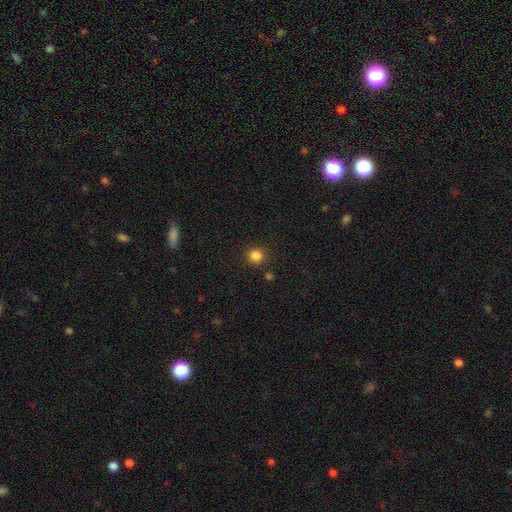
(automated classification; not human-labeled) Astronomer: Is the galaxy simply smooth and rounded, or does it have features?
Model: smooth — 84%.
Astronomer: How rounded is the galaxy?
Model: round — 91%.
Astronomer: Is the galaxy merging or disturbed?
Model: none — 87%.